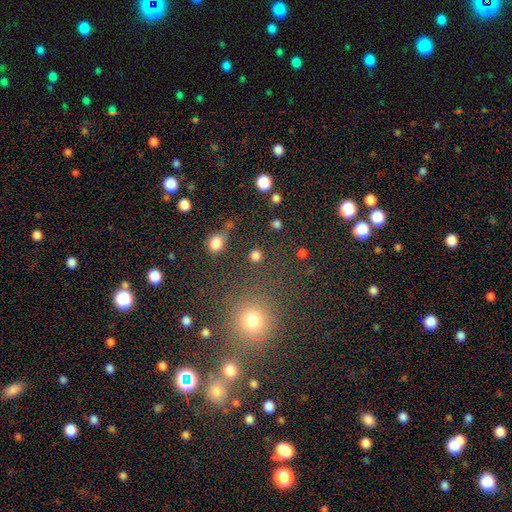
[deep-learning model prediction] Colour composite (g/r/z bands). It shows a smooth galaxy with no disk features (80%) that is round (91%). Merging: none (81%).